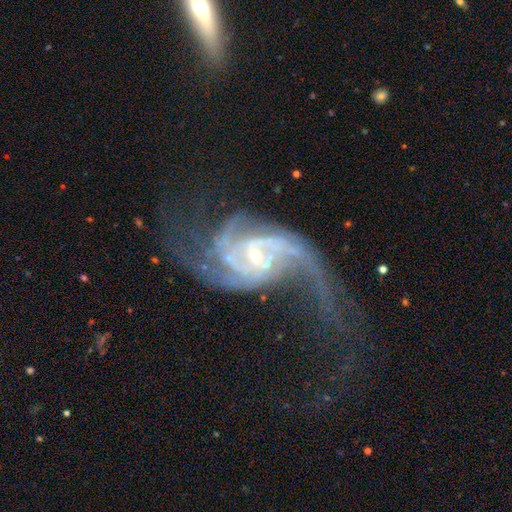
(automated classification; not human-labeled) Overall: featured or disk (90%). Edge-on disk: no (97%). Bar: no (49%; weak 36%). Spiral arms: yes (97%). Spiral arm count: 2 (50%; 3 16%). Spiral winding: loose (43%; medium 40%). Bulge size: small (76%). Merging: major disturbance (40%; none 37%).